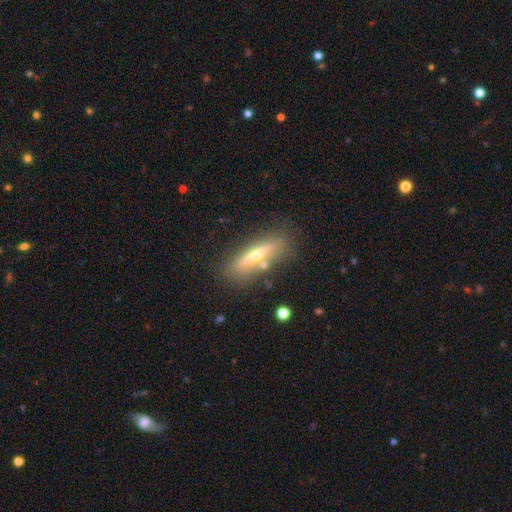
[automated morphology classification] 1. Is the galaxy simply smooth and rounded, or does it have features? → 54% featured or disk, 38% smooth, 8% star or artifact.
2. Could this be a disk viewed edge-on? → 85% yes, 15% no.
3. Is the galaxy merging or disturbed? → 79% none, 12% minor disturbance, 5% merger, 4% major disturbance.